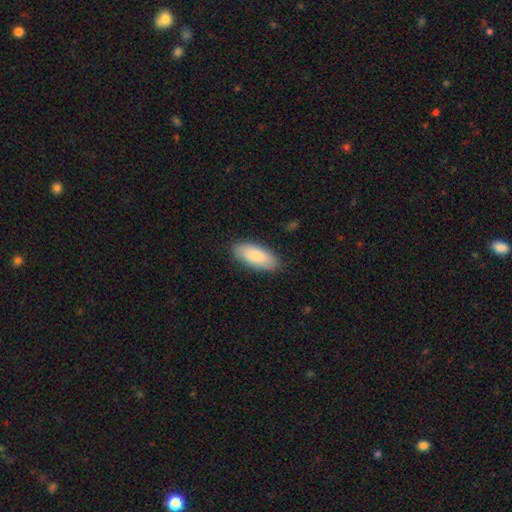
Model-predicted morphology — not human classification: This appears to be a smooth galaxy with no disk features (85%) that is in between round and cigar-shaped (85%). Merging: none (86%).